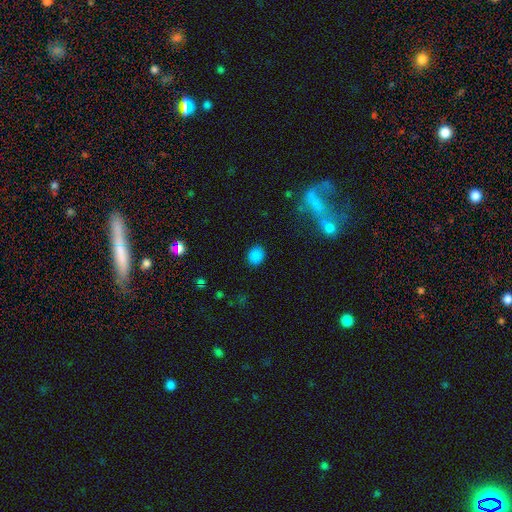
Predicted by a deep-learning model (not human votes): A smooth galaxy with no disk features (83%) that is round (58%).

Vote fractions:
- Smooth or featured? smooth: 83% / star or artifact: 13% / featured or disk: 4%
- How rounded? round: 58% / in between: 40% / cigar-shaped: 1%
- Merging? none: 88% / minor disturbance: 8% / major disturbance: 3% / merger: 2%